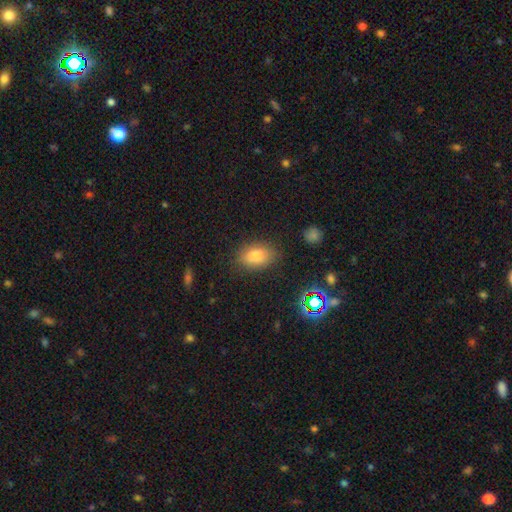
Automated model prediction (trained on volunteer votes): Smooth or featured: smooth — 78% (star or artifact — 13%)
How rounded: in between — 86% (round — 12%)
Merging: none — 81% (minor disturbance — 14%)